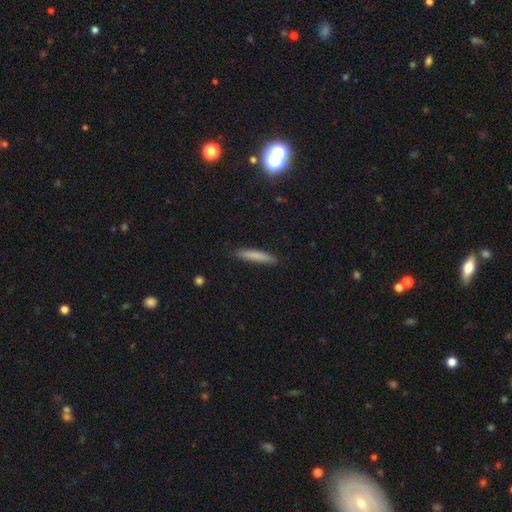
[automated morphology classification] Smooth or featured?
  - smooth: 79% *
  - featured or disk: 15%
  - star or artifact: 7%
How rounded?
  - cigar-shaped: 92% *
  - in between: 6%
  - round: 1%
Merging?
  - none: 88% *
  - minor disturbance: 9%
  - major disturbance: 2%
  - merger: 1%